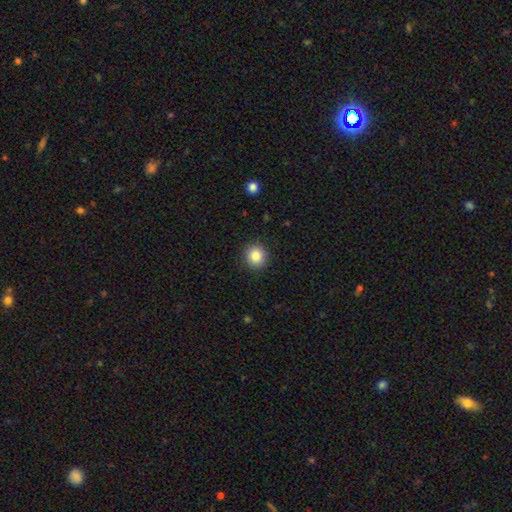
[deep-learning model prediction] The model was most divided on "smooth or featured": smooth: 85%, star or artifact: 9%, featured or disk: 5%. More confident: merging — none (90%); how rounded — round (89%).